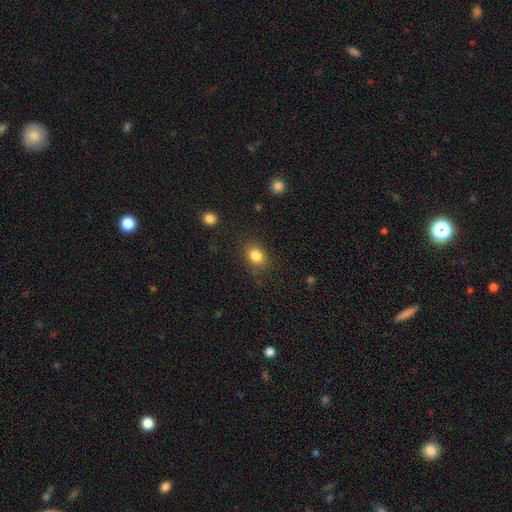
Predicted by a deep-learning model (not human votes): Smooth or featured? smooth (84%)
How rounded? in between (50%)
Merging? none (80%)